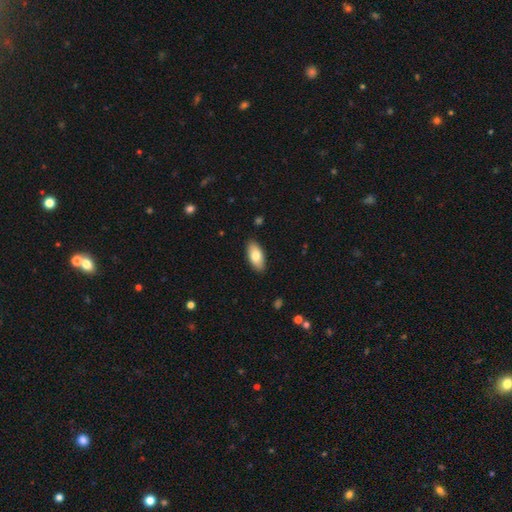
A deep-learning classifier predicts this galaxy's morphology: Smooth or featured? smooth (79%)
How rounded? in between (90%)
Merging? none (88%)